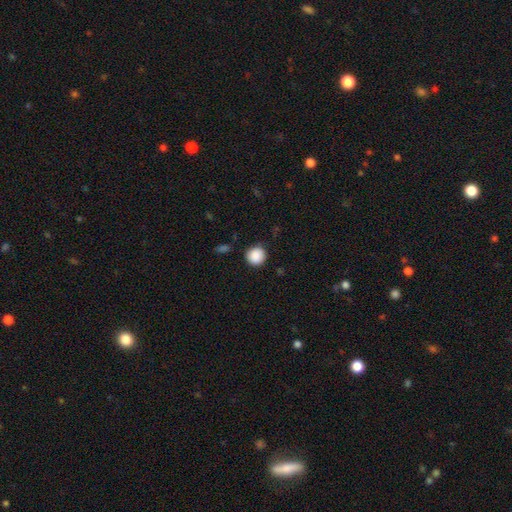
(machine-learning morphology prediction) smooth 89%, star or artifact 8%, featured or disk 3%. Down the decision tree: how rounded — round (93%); merging — none (85%).